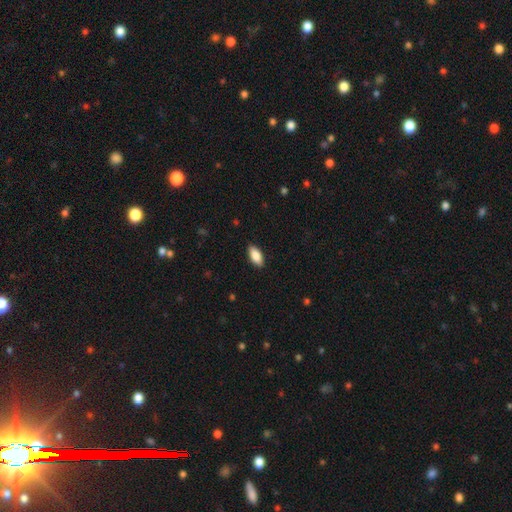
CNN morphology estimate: Overall: smooth (85%). How rounded: in between (86%). Merging: none (88%).